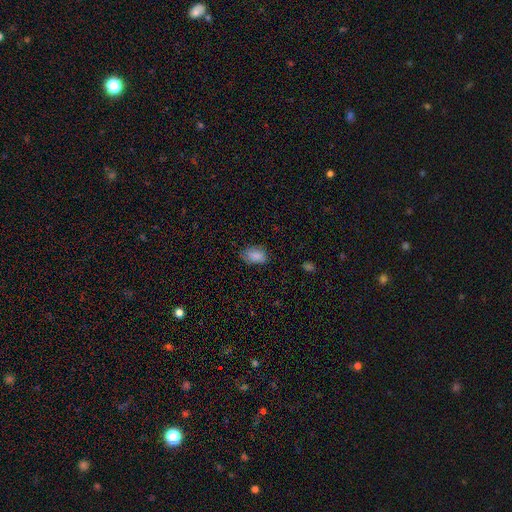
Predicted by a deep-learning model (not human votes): Smooth or featured?
  - smooth: 86% *
  - star or artifact: 8%
  - featured or disk: 6%
How rounded?
  - in between: 91% *
  - round: 7%
  - cigar-shaped: 2%
Merging?
  - none: 73% *
  - minor disturbance: 21%
  - major disturbance: 4%
  - merger: 1%